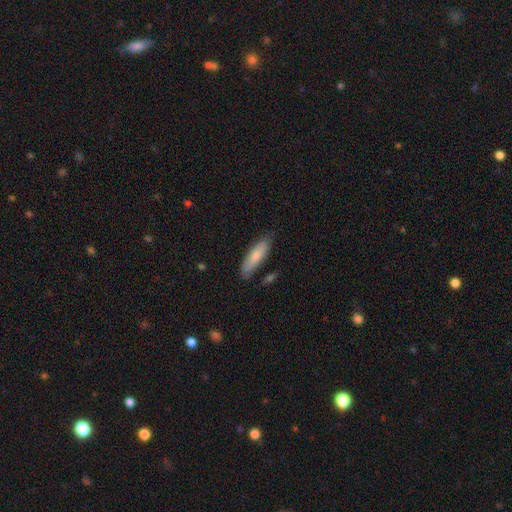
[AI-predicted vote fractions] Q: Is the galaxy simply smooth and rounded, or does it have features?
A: smooth — 78%.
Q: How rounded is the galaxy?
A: cigar-shaped — 55%.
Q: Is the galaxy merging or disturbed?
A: none — 76%.